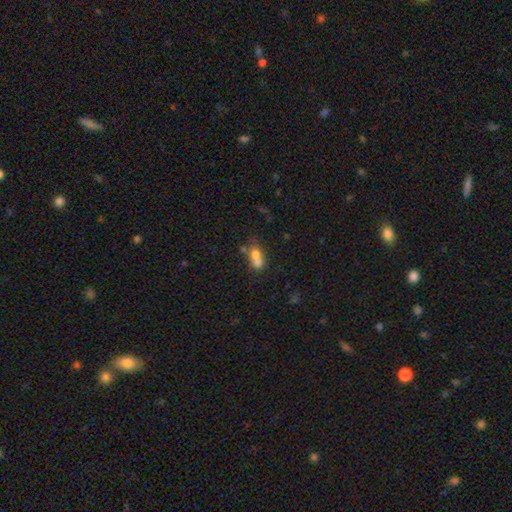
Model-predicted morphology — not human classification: A smooth galaxy with no disk features (66%) that is round (54%).

Vote fractions:
- Smooth or featured? smooth: 66% / featured or disk: 22% / star or artifact: 12%
- How rounded? round: 54% / in between: 43% / cigar-shaped: 2%
- Merging? merger: 64% / none: 23% / minor disturbance: 8% / major disturbance: 5%